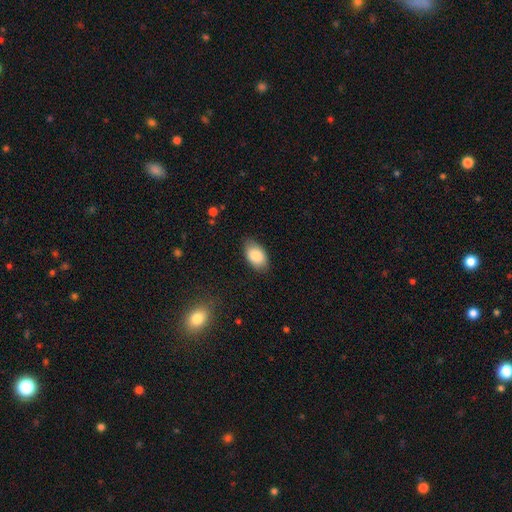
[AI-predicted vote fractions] smooth-or-featured: smooth: 87% | featured or disk: 6% | star or artifact: 6%
  how-rounded: in between: 93% | round: 5% | cigar-shaped: 1%
  merging: none: 82% | minor disturbance: 14% | major disturbance: 3% | merger: 1%